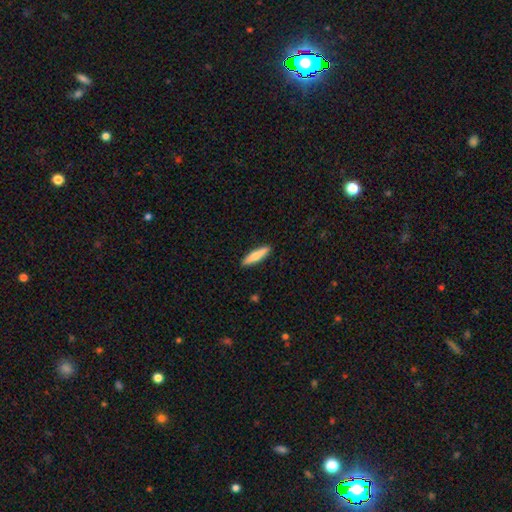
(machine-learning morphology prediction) type=smooth (68%); roundness=cigar-shaped (81%); merging=none (90%).